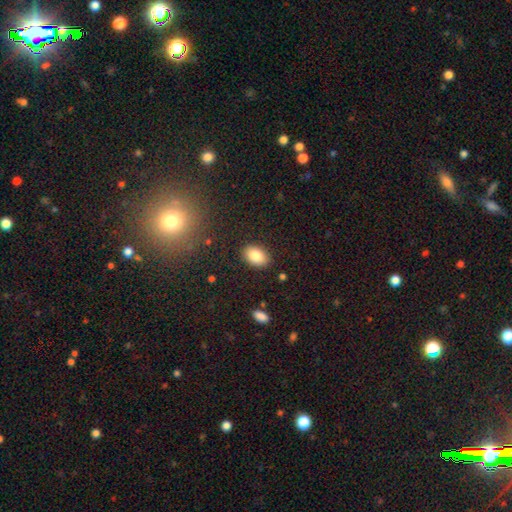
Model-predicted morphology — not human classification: Smooth or featured? smooth (85%)
How rounded? in between (86%)
Merging? none (87%)